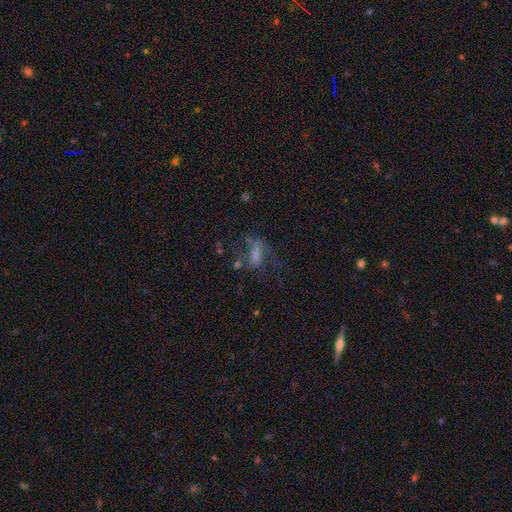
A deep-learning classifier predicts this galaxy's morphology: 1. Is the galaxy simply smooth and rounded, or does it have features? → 49% featured or disk, 31% smooth, 20% star or artifact.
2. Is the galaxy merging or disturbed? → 45% none, 31% major disturbance, 19% minor disturbance, 5% merger.